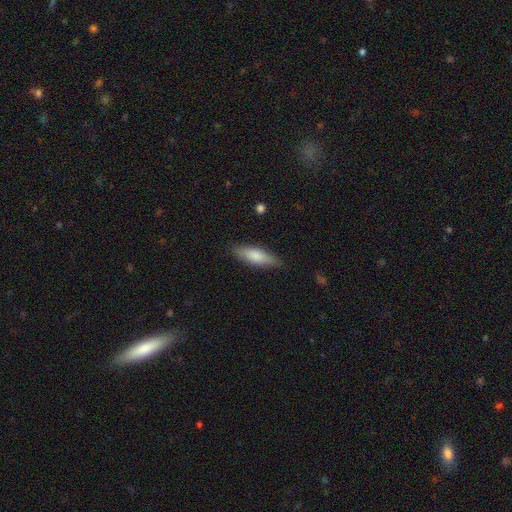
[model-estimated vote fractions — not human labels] Smooth or featured: smooth — 77% (featured or disk — 17%)
How rounded: in between — 49% (tied with cigar-shaped — 49%)
Merging: none — 84% (minor disturbance — 12%)